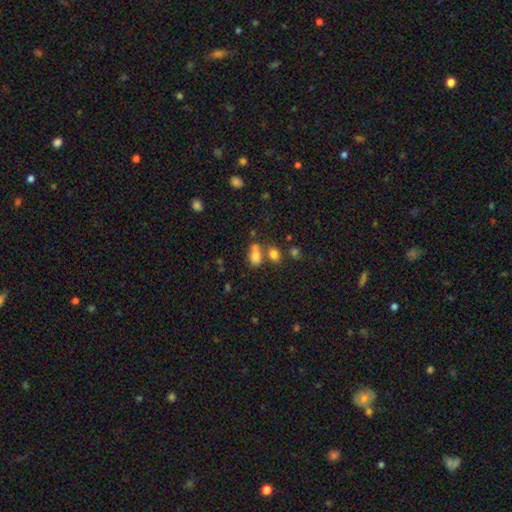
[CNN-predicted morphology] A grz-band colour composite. It shows a smooth galaxy with no disk features (77%) that is in between round and cigar-shaped (74%). Merging: none (40%).